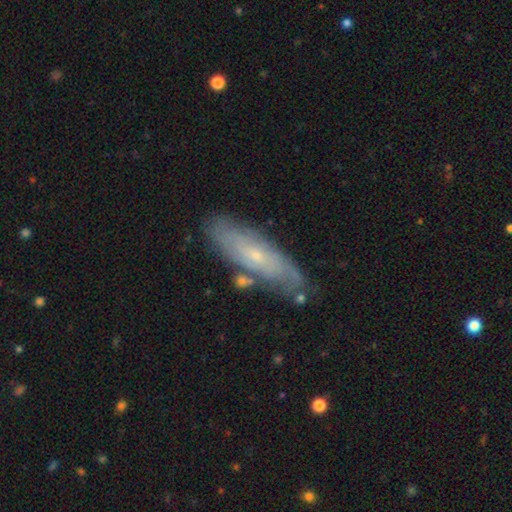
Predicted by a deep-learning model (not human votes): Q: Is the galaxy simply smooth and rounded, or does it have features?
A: featured or disk — 58%.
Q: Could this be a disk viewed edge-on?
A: no — 70%.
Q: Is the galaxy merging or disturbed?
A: none — 73%.